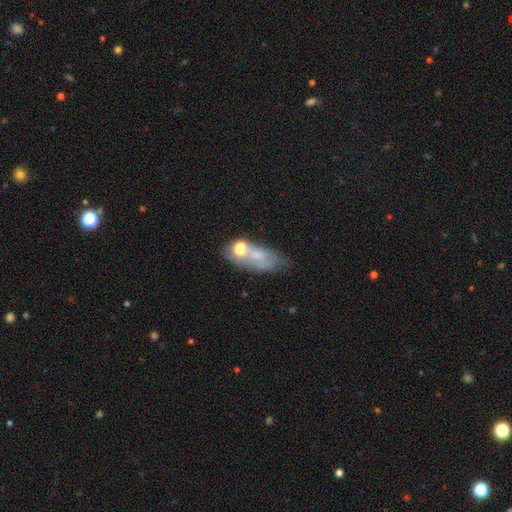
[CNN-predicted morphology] This is possibly a smooth galaxy (51%). How rounded: likely in between (75%). Merging: possibly none (48%).